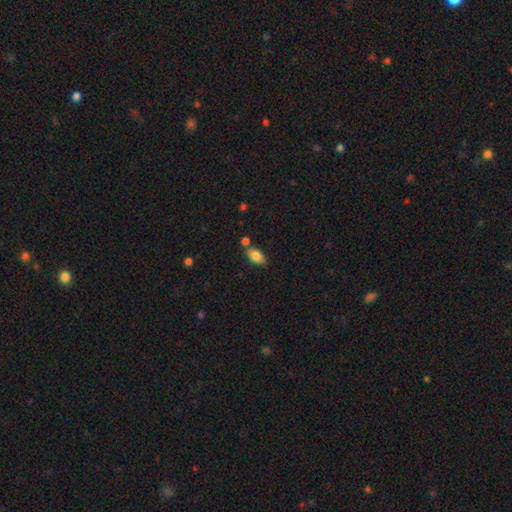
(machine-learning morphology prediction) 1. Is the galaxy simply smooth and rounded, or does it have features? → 83% smooth, 9% featured or disk, 8% star or artifact.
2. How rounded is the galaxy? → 92% in between, 4% round, 4% cigar-shaped.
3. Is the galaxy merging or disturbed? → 70% none, 14% minor disturbance, 12% merger, 3% major disturbance.